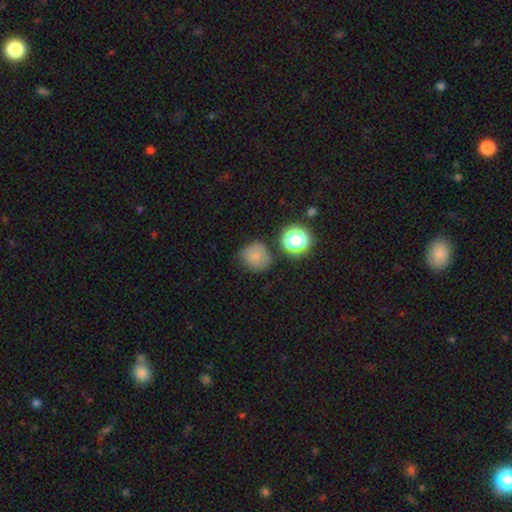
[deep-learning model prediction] This is likely a smooth galaxy (74%). How rounded: clearly round (87%). Merging: likely none (69%).